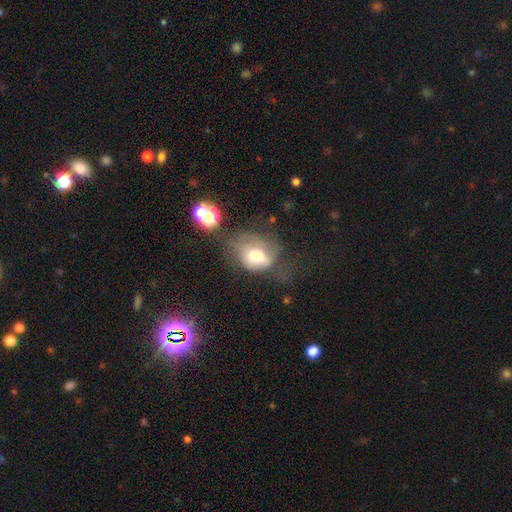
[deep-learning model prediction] Q: Smooth or featured?
A: smooth (62%); runner-up: featured or disk (26%)
Q: How rounded?
A: in between (58%); runner-up: round (40%)
Q: Merging?
A: major disturbance (41%); runner-up: minor disturbance (26%)